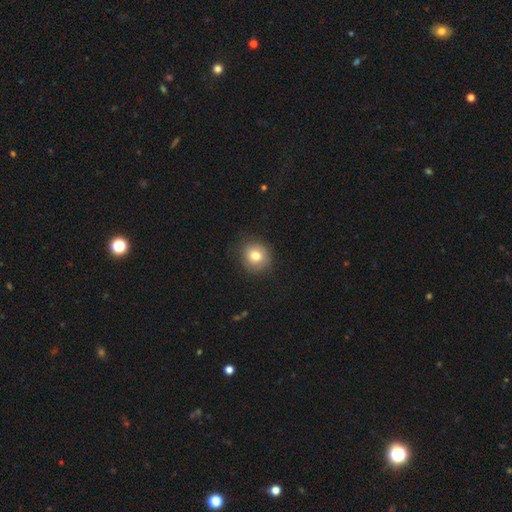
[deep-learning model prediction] This appears to be a smooth galaxy with no disk features (78%) that is round (86%). Merging: none (85%).